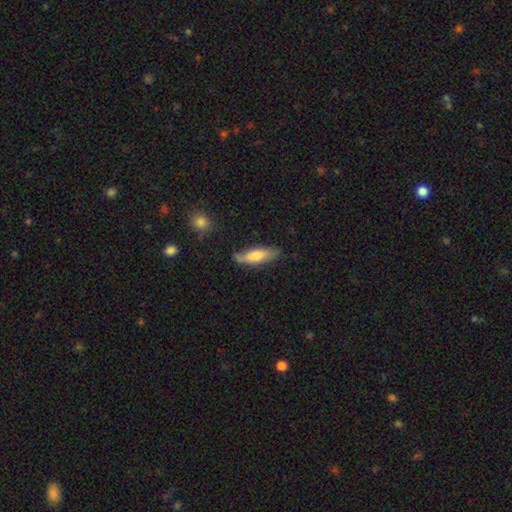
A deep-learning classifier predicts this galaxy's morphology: This appears to be a smooth galaxy with no disk features (63%) that is cigar-shaped (50%). Merging: none (66%).